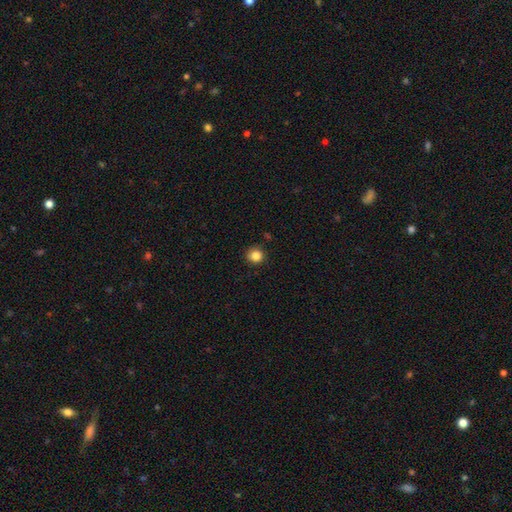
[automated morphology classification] The model was most divided on "smooth or featured": smooth: 85%, star or artifact: 11%, featured or disk: 4%. More confident: how rounded — round (91%); merging — none (87%).